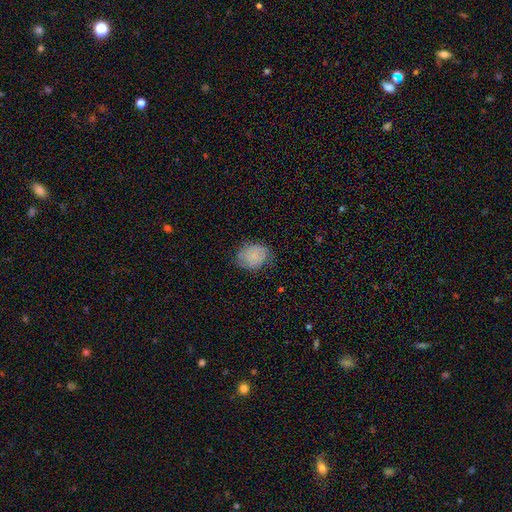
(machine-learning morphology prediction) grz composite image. It shows a smooth galaxy with no disk features (68%) that is round (53%). Merging: none (65%).